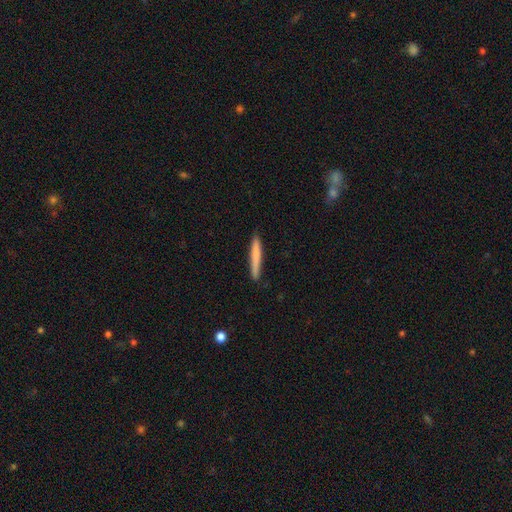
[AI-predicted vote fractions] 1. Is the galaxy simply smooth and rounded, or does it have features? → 74% smooth, 21% featured or disk, 5% star or artifact.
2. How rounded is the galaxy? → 96% cigar-shaped, 3% in between, 1% round.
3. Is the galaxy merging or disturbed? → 90% none, 8% minor disturbance, 1% major disturbance, 1% merger.